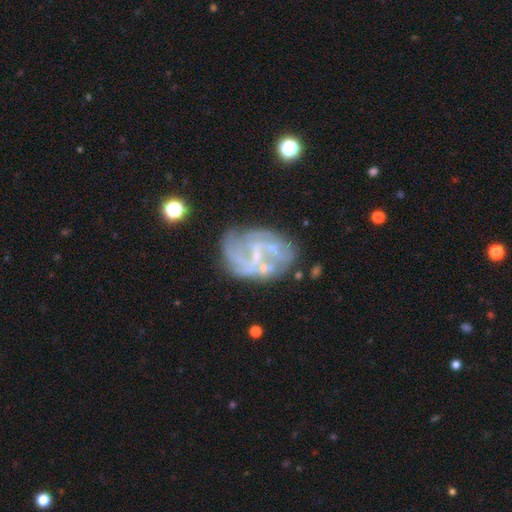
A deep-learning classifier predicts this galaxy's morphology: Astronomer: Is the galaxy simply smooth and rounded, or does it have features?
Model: featured or disk — 79%.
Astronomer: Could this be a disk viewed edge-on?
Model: no — 98%.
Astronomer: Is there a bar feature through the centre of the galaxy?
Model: weak — 43% (runner-up: no, 42%).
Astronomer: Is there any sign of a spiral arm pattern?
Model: yes — 74%.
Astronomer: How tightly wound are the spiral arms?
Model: medium — 39% (runner-up: loose, 33%).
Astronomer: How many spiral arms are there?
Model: can't tell — 35% (runner-up: 2, 29%).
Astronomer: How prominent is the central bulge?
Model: small — 51% (runner-up: none, 35%).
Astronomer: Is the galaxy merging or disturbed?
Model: none — 53%.